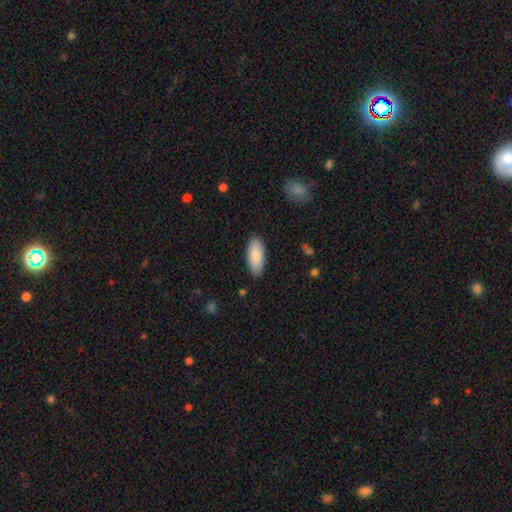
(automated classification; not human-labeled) smooth-or-featured: smooth: 87% | featured or disk: 7% | star or artifact: 5%
  how-rounded: in between: 84% | cigar-shaped: 14% | round: 2%
  merging: none: 88% | minor disturbance: 9% | major disturbance: 2% | merger: 1%